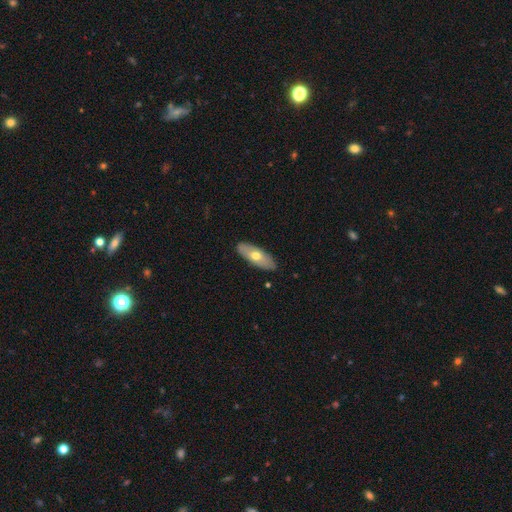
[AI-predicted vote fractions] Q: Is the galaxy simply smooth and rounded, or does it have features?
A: smooth — 57%.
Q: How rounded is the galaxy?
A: in between — 72%.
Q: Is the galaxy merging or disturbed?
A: none — 88%.